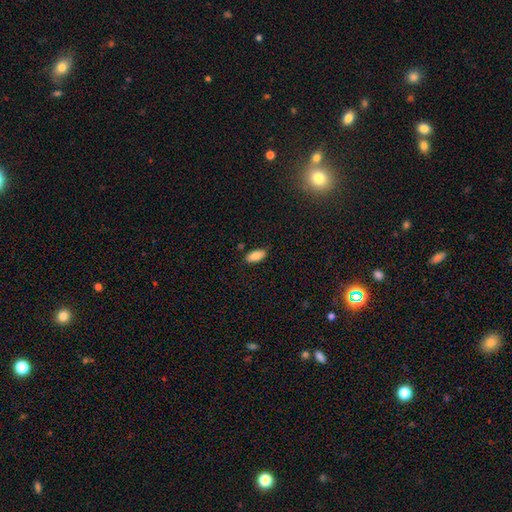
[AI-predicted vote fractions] Smooth or featured? smooth (83%)
How rounded? in between (91%)
Merging? none (85%)